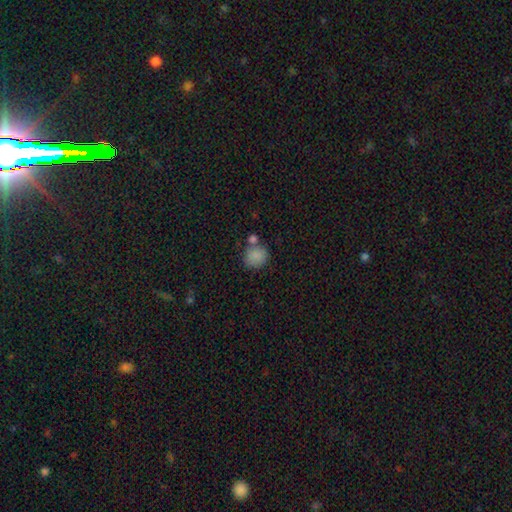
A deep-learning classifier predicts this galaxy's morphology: smooth-or-featured: smooth: 85% | star or artifact: 9% | featured or disk: 6%
  how-rounded: round: 81% | in between: 18% | cigar-shaped: 1%
  merging: none: 61% | merger: 22% | minor disturbance: 13% | major disturbance: 4%